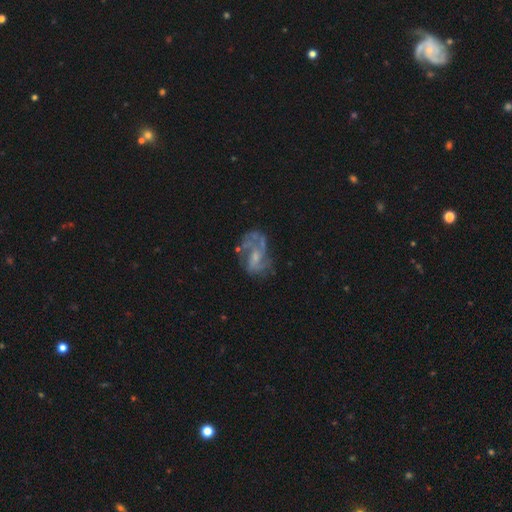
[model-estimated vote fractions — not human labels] This appears to be a featured or disk galaxy (72%) with no bar (54%), spiral arms (69%) and a small central bulge (45%). Merging: none (46%).